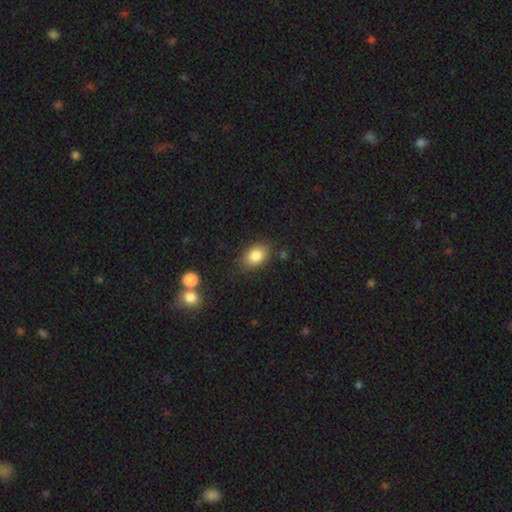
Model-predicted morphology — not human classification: A smooth galaxy with no disk features (84%) that is in between round and cigar-shaped (80%).

Vote fractions:
- Smooth or featured? smooth: 84% / star or artifact: 8% / featured or disk: 8%
- How rounded? in between: 80% / round: 19% / cigar-shaped: 1%
- Merging? none: 80% / minor disturbance: 13% / major disturbance: 4% / merger: 3%